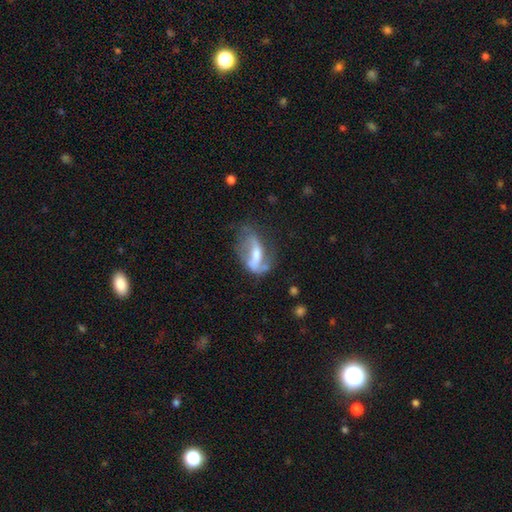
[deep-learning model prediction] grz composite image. It shows a featured or disk galaxy (64%) with a strong bar (43%), spiral arms (62%) and a moderate central bulge (49%). Merging: none (36%).